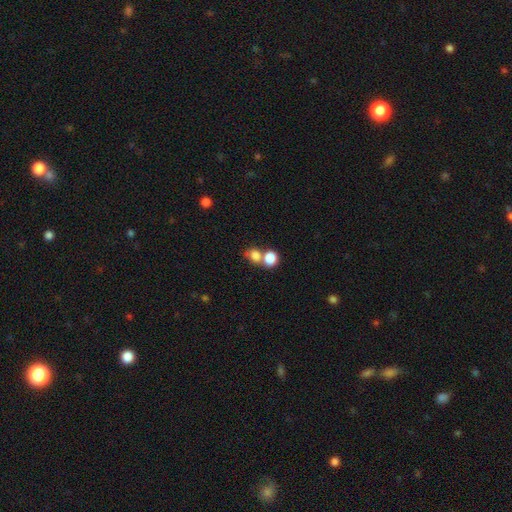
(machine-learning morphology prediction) smooth_or_featured: smooth (p=0.79) [alt: star or artifact p=0.11]
how_rounded: round (p=0.71) [alt: in between p=0.28]
merging: merger (p=0.52) [alt: none p=0.37]